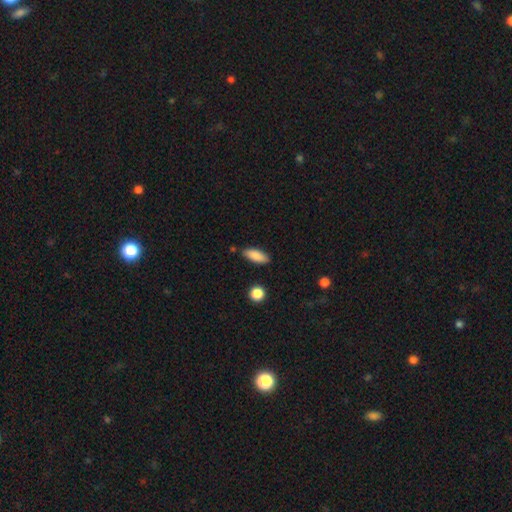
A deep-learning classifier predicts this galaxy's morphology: Smooth or featured?
  - smooth: 87% *
  - star or artifact: 7%
  - featured or disk: 6%
How rounded?
  - in between: 72% *
  - cigar-shaped: 25%
  - round: 2%
Merging?
  - none: 83% *
  - minor disturbance: 12%
  - merger: 3%
  - major disturbance: 2%